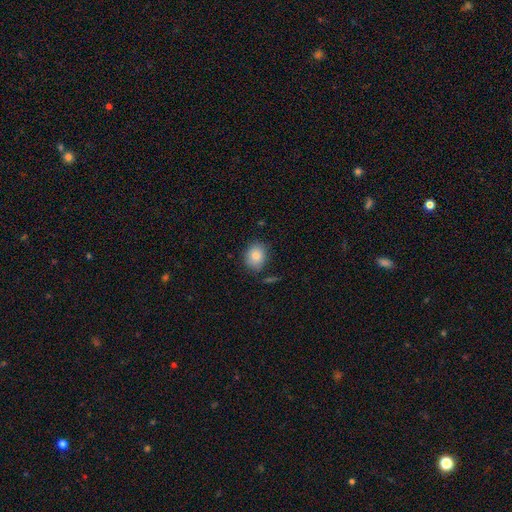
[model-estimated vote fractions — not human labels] This appears to be a smooth galaxy with no disk features (83%) that is round (55%). Merging: none (78%).